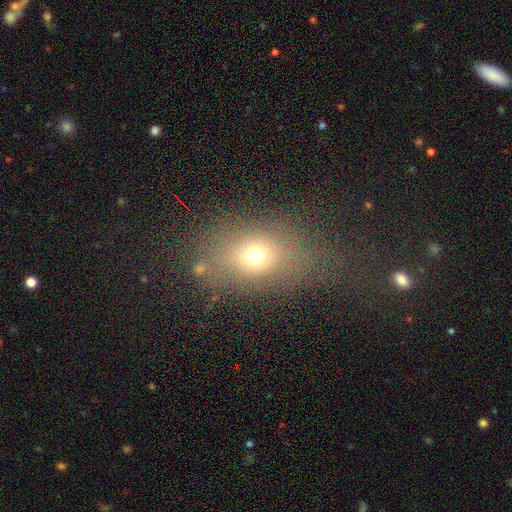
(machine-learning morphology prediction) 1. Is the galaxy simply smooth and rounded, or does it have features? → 65% smooth, 19% star or artifact, 16% featured or disk.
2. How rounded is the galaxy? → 63% in between, 34% round, 3% cigar-shaped.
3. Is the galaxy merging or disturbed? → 62% none, 17% minor disturbance, 15% major disturbance, 6% merger.